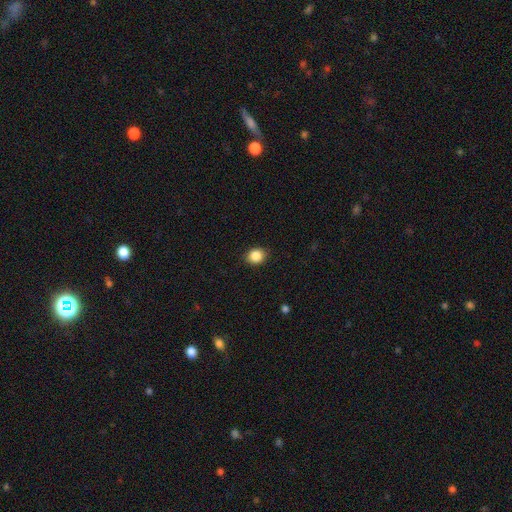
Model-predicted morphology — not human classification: This is clearly a smooth galaxy (87%). How rounded: possibly round (58%). Merging: clearly none (88%).